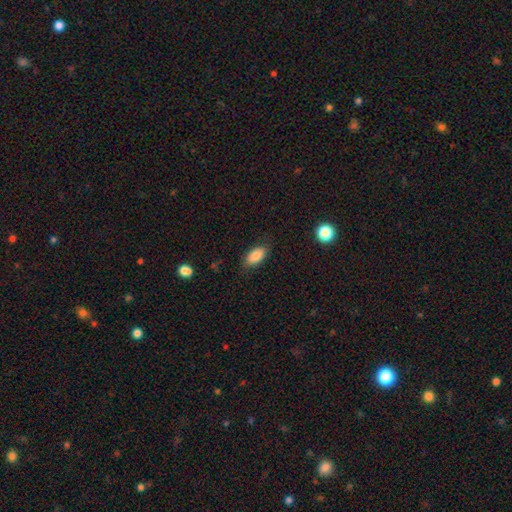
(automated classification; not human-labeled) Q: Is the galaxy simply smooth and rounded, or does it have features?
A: smooth — 85%.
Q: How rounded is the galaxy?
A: in between — 91%.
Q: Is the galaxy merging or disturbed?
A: none — 81%.